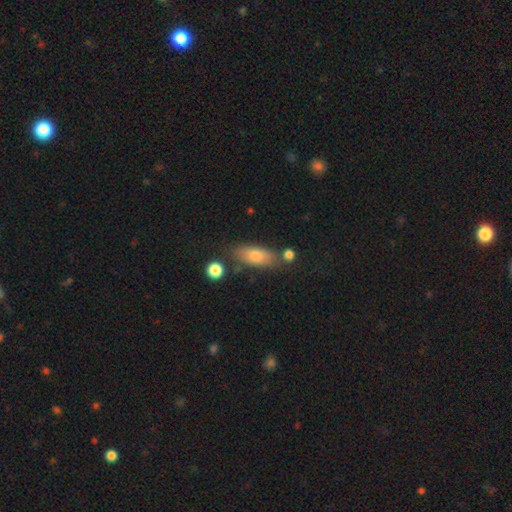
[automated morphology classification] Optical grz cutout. It shows a smooth galaxy with no disk features (74%) that is in between round and cigar-shaped (74%). Merging: none (71%).